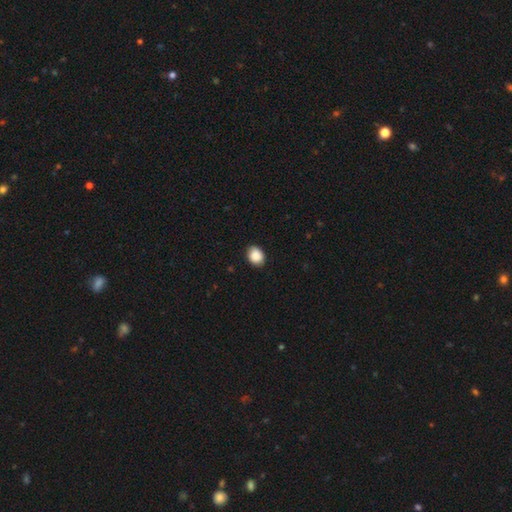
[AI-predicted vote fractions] Smooth or featured: smooth — 89% (star or artifact — 8%)
How rounded: in between — 56% (round — 43%)
Merging: none — 87% (minor disturbance — 10%)